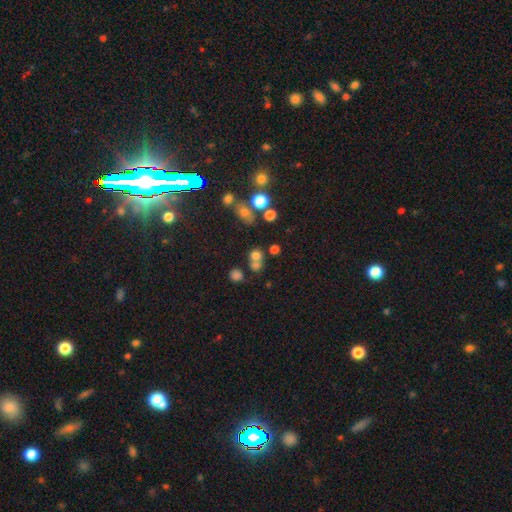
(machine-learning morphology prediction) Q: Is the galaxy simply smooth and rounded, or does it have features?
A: smooth — 68%.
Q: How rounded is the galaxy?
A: round — 78%.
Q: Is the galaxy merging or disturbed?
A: none — 48%.